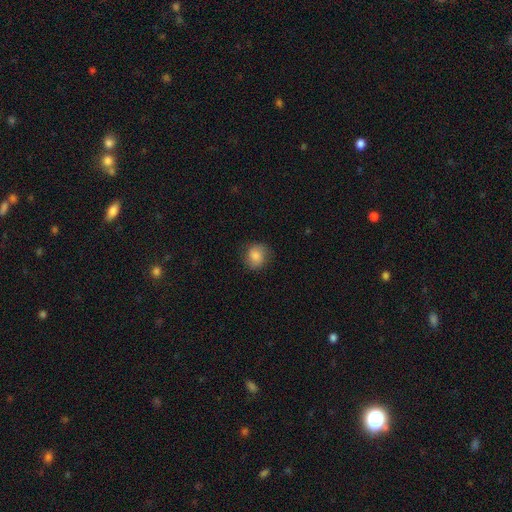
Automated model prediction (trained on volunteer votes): Smooth or featured?
  - smooth: 81% *
  - featured or disk: 10%
  - star or artifact: 9%
How rounded?
  - round: 83% *
  - in between: 16%
  - cigar-shaped: 1%
Merging?
  - none: 82% *
  - minor disturbance: 13%
  - major disturbance: 4%
  - merger: 1%